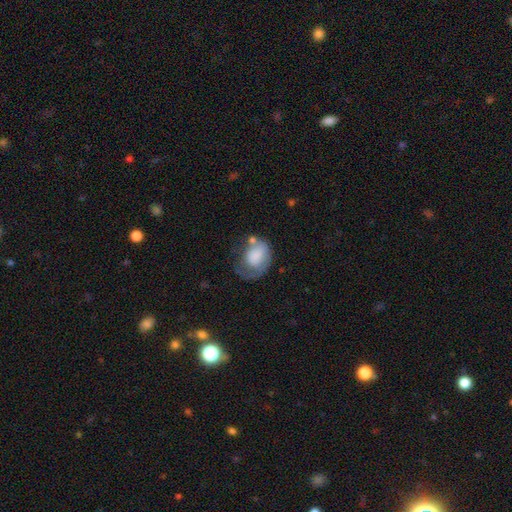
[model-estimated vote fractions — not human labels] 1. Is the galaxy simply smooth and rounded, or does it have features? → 62% smooth, 31% featured or disk, 7% star or artifact.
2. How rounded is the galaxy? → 59% in between, 40% round, 1% cigar-shaped.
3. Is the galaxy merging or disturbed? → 36% major disturbance, 30% none, 26% minor disturbance, 8% merger.